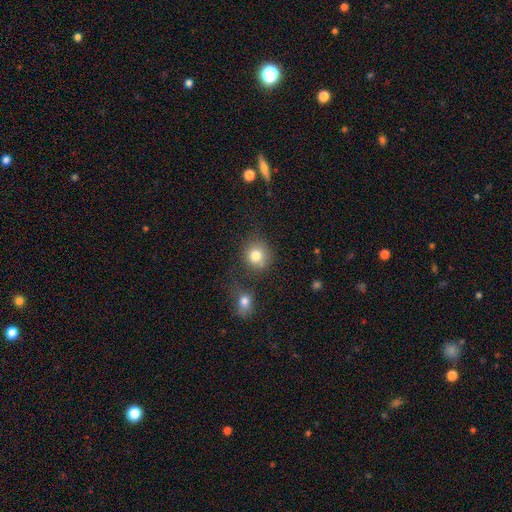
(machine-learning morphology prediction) A smooth galaxy with no disk features (80%) that is round (83%).

Vote fractions:
- Smooth or featured? smooth: 80% / star or artifact: 11% / featured or disk: 9%
- How rounded? round: 83% / in between: 16% / cigar-shaped: 1%
- Merging? none: 63% / merger: 19% / minor disturbance: 13% / major disturbance: 5%